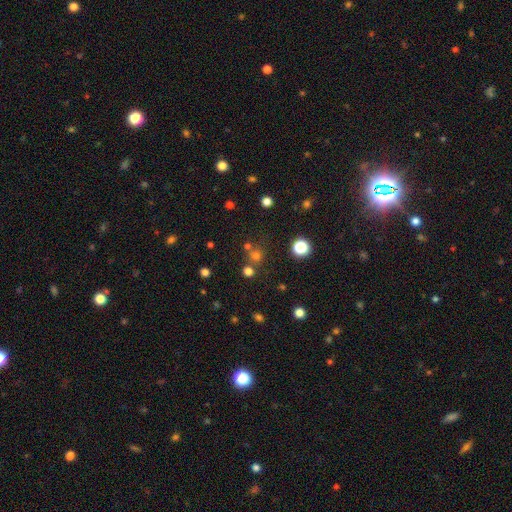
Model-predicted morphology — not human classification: Smooth or featured? Predicted: smooth (p=0.58). How rounded? Predicted: round (p=0.91). Merging? Predicted: none (p=0.71).